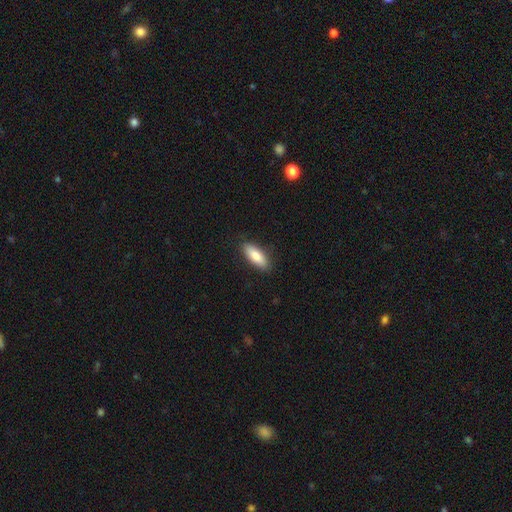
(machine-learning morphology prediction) Smooth or featured: smooth — 82% (featured or disk — 12%)
How rounded: in between — 67% (cigar-shaped — 31%)
Merging: none — 87% (minor disturbance — 10%)